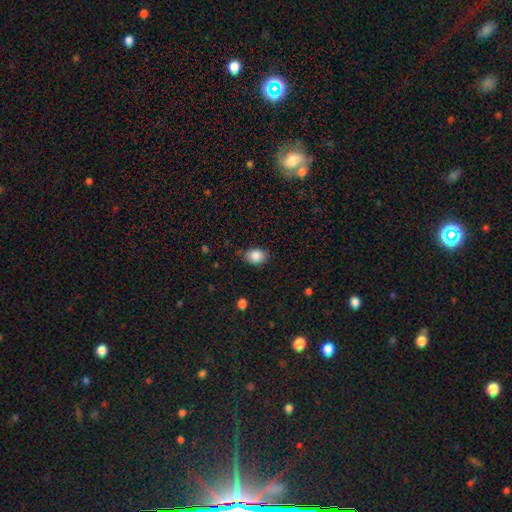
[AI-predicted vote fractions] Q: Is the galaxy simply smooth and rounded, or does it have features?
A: smooth — 87%.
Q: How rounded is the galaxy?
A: in between — 64%.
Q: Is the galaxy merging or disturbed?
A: none — 79%.